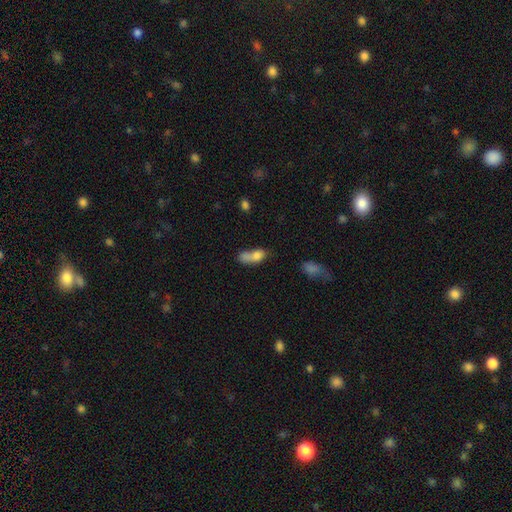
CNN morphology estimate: Smooth or featured? Predicted: smooth (p=0.74). How rounded? Predicted: in between (p=0.71). Merging? Predicted: merger (p=0.54).